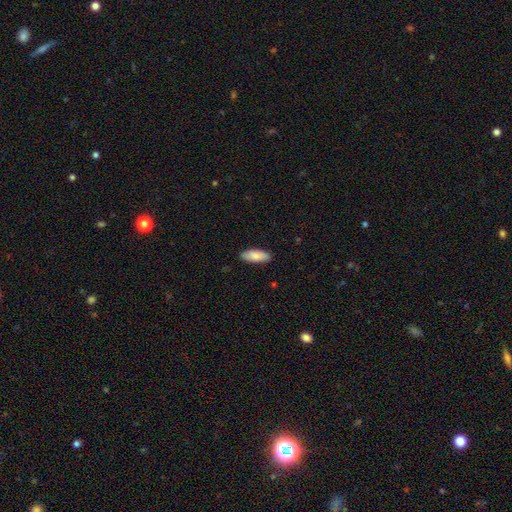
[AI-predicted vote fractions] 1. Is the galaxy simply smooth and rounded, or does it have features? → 85% smooth, 9% featured or disk, 6% star or artifact.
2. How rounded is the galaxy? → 72% in between, 26% cigar-shaped, 2% round.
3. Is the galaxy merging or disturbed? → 89% none, 9% minor disturbance, 2% major disturbance, 1% merger.